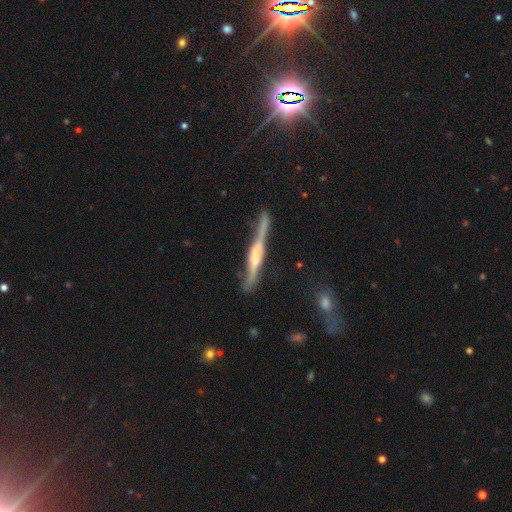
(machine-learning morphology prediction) type=featured or disk (74%); edge-on=yes (94%); edge-on bulge=boxy (47%); merging=none (71%).